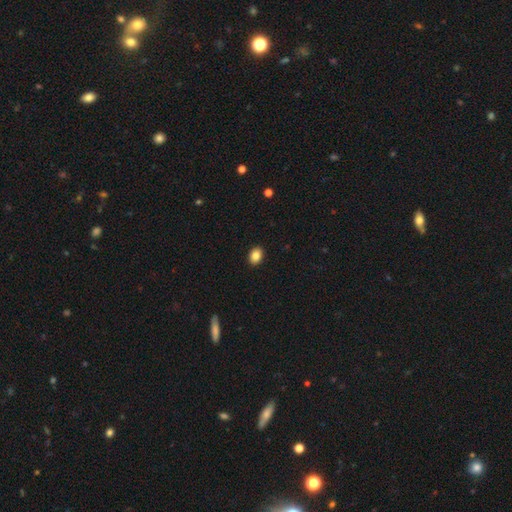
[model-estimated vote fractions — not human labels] Smooth or featured: smooth — 86% (star or artifact — 9%)
How rounded: in between — 69% (round — 30%)
Merging: none — 91% (minor disturbance — 6%)